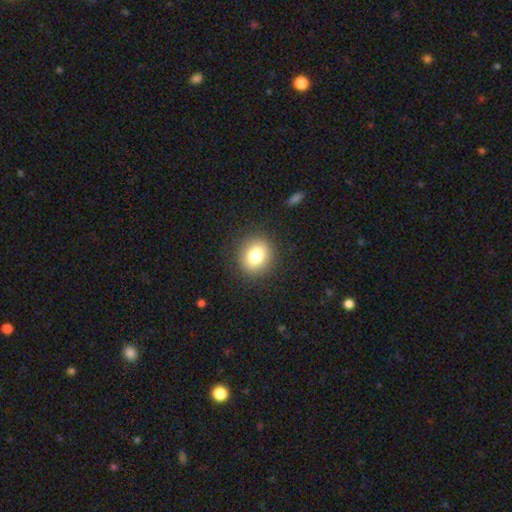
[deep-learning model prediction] Smooth or featured?
  - smooth: 79% *
  - star or artifact: 11%
  - featured or disk: 10%
How rounded?
  - round: 77% *
  - in between: 22%
  - cigar-shaped: 1%
Merging?
  - none: 89% *
  - minor disturbance: 7%
  - major disturbance: 3%
  - merger: 1%